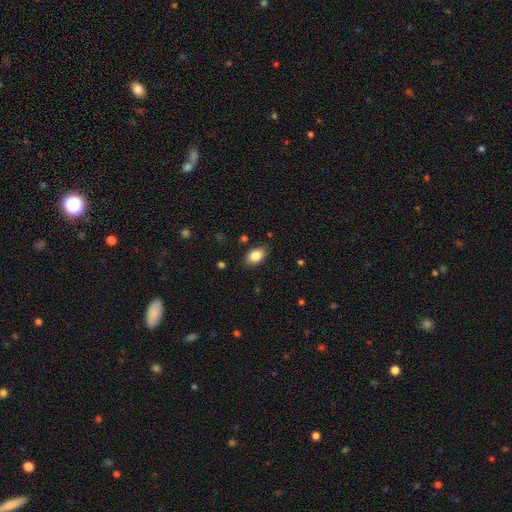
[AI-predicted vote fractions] Smooth or featured? Predicted: smooth (p=0.86). How rounded? Predicted: in between (p=0.89). Merging? Predicted: none (p=0.86).